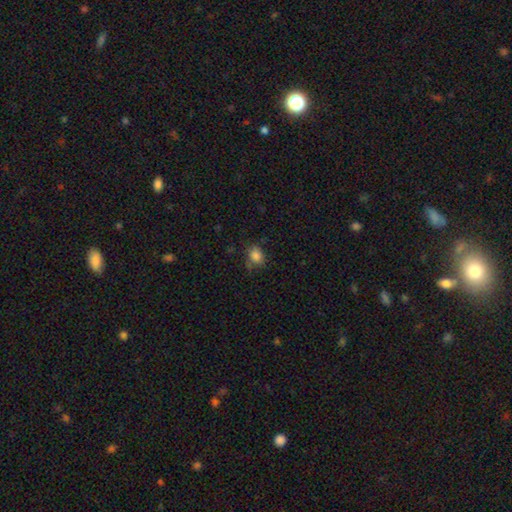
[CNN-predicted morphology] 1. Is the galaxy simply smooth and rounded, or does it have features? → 83% smooth, 11% star or artifact, 6% featured or disk.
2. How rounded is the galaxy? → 56% in between, 42% round, 1% cigar-shaped.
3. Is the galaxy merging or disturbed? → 66% none, 24% minor disturbance, 7% major disturbance, 3% merger.